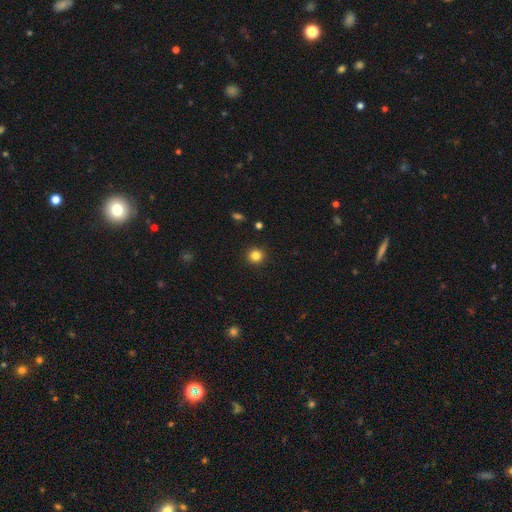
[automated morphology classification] Overall: smooth (83%). How rounded: round (94%). Merging: none (92%).